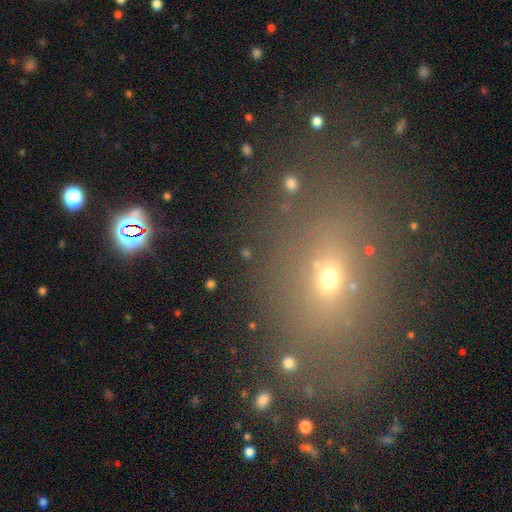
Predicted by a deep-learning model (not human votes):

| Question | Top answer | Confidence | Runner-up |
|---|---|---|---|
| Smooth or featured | smooth | 54% | star or artifact (29%) |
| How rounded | in between | 69% | round (29%) |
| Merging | none | 79% | minor disturbance (12%) |